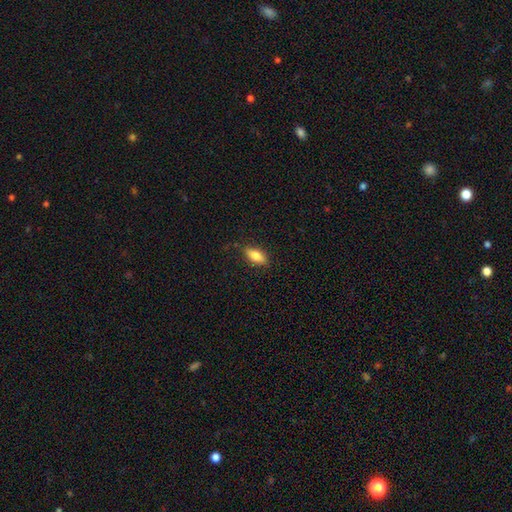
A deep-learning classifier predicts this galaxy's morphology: smooth-or-featured: smooth: 80% | featured or disk: 13% | star or artifact: 7%
  how-rounded: in between: 81% | cigar-shaped: 16% | round: 3%
  merging: none: 82% | minor disturbance: 14% | major disturbance: 3% | merger: 1%